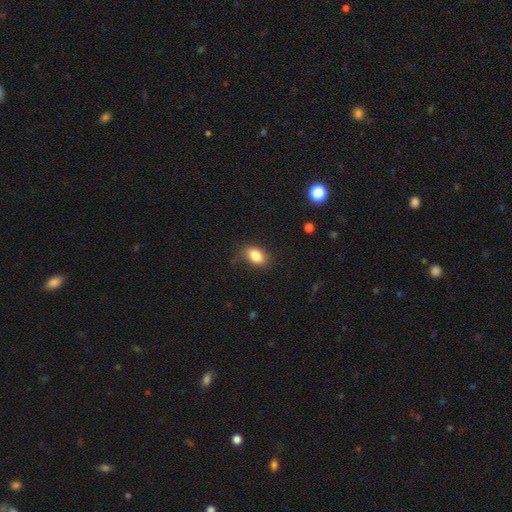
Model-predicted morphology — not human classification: Smooth or featured: smooth — 84% (star or artifact — 9%)
How rounded: in between — 82% (round — 17%)
Merging: none — 74% (minor disturbance — 19%)